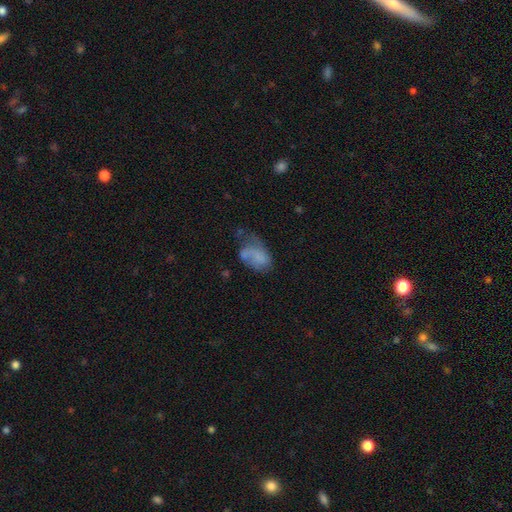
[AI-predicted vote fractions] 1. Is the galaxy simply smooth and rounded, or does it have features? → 54% smooth, 36% featured or disk, 11% star or artifact.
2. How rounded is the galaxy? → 87% in between, 11% round, 2% cigar-shaped.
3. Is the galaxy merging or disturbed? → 35% major disturbance, 28% minor disturbance, 27% none, 10% merger.